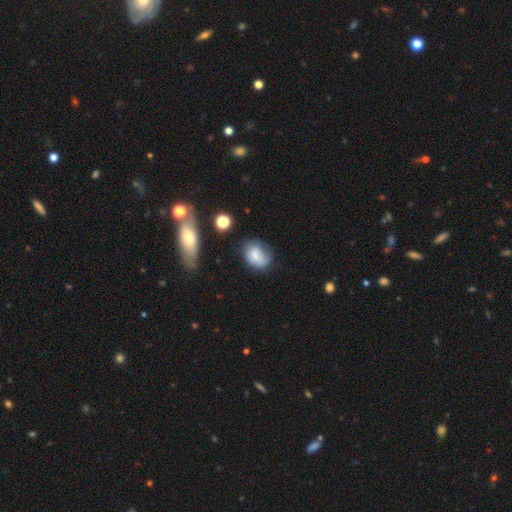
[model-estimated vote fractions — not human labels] Morphology: type=smooth (66%); roundness=in between (57%); merging=none (47%).